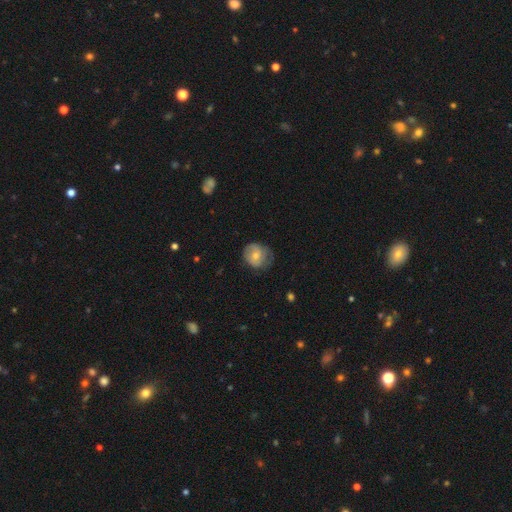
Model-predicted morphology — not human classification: Smooth or featured?
  - smooth: 62% *
  - featured or disk: 30%
  - star or artifact: 7%
How rounded?
  - round: 76% *
  - in between: 23%
  - cigar-shaped: 1%
Merging?
  - none: 58% *
  - minor disturbance: 29%
  - major disturbance: 12%
  - merger: 1%